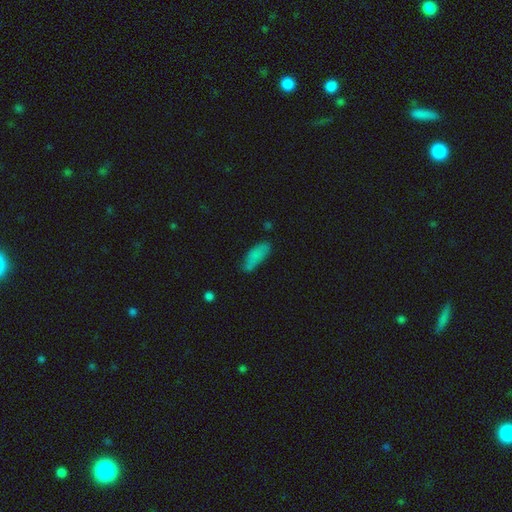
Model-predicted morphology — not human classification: The model was most divided on "merging": none: 60%, minor disturbance: 27%, major disturbance: 8%, merger: 5%. More confident: smooth or featured — smooth (80%); how rounded — in between (68%).